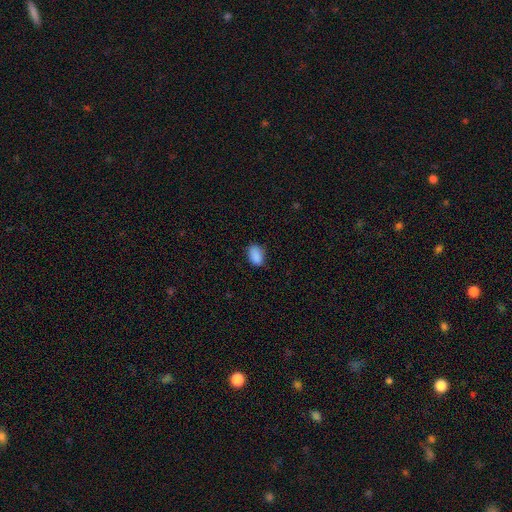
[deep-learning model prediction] The model was most divided on "merging": none: 74%, minor disturbance: 21%, major disturbance: 4%, merger: 1%. More confident: smooth or featured — smooth (88%); how rounded — in between (87%).